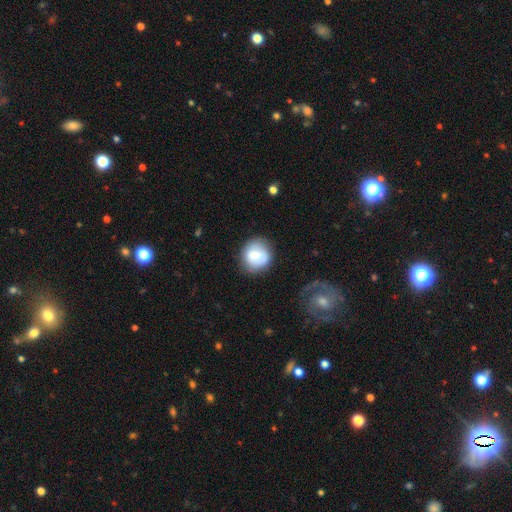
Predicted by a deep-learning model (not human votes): Q: Smooth or featured?
A: smooth (75%); runner-up: featured or disk (17%)
Q: How rounded?
A: round (85%); runner-up: in between (14%)
Q: Merging?
A: none (74%); runner-up: minor disturbance (18%)